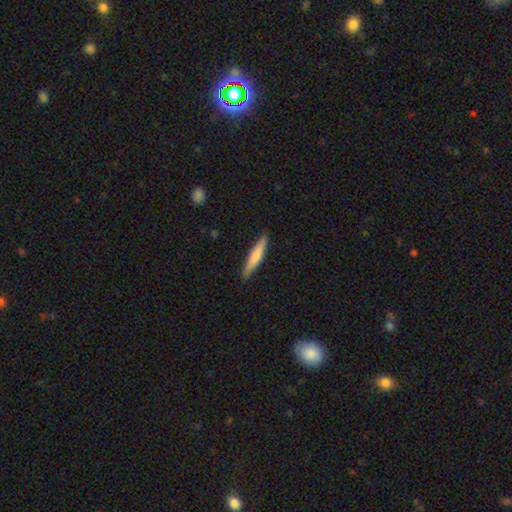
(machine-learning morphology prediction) The model was most divided on "smooth or featured": smooth: 69%, featured or disk: 26%, star or artifact: 5%. More confident: how rounded — cigar-shaped (90%); merging — none (89%).